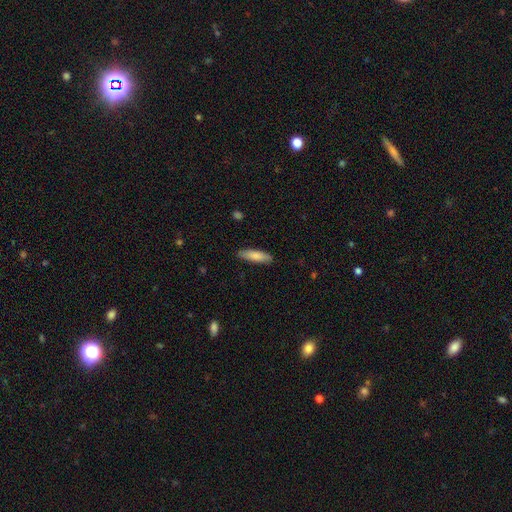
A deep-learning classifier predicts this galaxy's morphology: Smooth or featured? smooth (82%)
How rounded? cigar-shaped (62%)
Merging? none (86%)